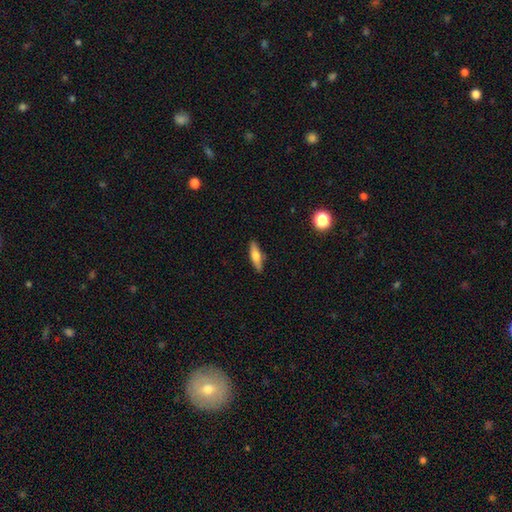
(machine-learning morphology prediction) Smooth or featured? smooth (58%)
How rounded? cigar-shaped (65%)
Merging? none (87%)